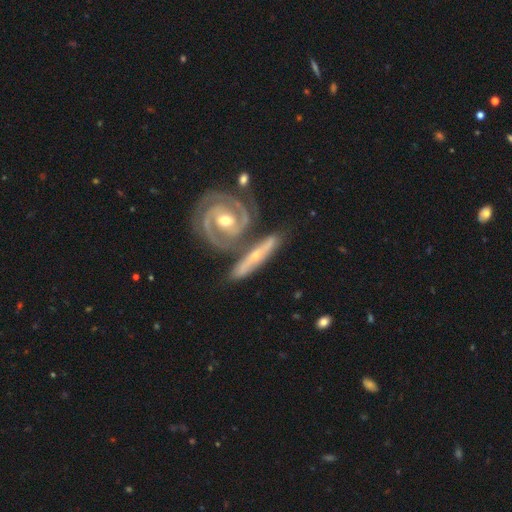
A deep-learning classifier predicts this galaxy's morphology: smooth-or-featured: featured or disk: 82% | smooth: 14% | star or artifact: 5%
  disk-edge-on: no: 68% | yes: 32%
    bar: no: 49% | weak: 28% | strong: 23%
    has-spiral-arms: yes: 92% | no: 8%
      spiral-winding: tight: 71% | medium: 24% | loose: 5%
      spiral-arm-count: 2: 69% | can't tell: 12% | 3: 12% | 1: 3% | 4: 2% | more than 4: 2%
    bulge-size: moderate: 58% | small: 38% | large: 2% | none: 1% | dominant: 1%
  merging: none: 61% | merger: 21% | minor disturbance: 14% | major disturbance: 4%